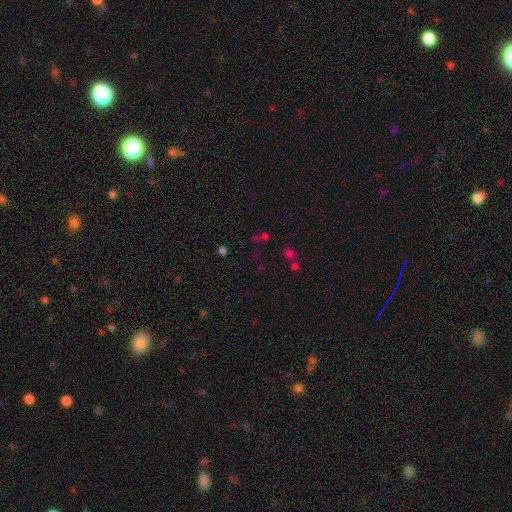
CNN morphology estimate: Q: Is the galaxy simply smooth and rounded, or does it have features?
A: star or artifact — 48%.